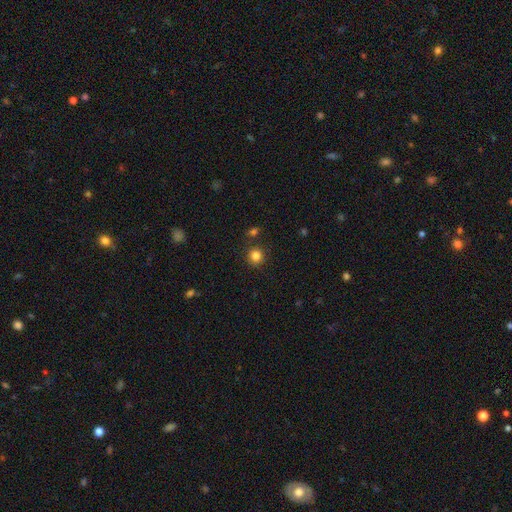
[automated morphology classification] Q: Smooth or featured?
A: smooth (83%); runner-up: star or artifact (13%)
Q: How rounded?
A: round (92%); runner-up: in between (7%)
Q: Merging?
A: none (87%); runner-up: minor disturbance (7%)